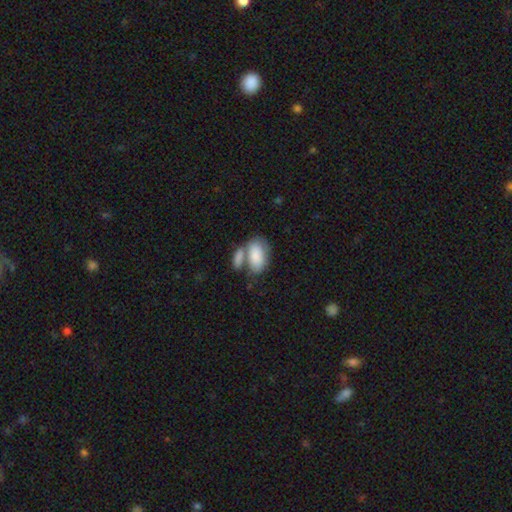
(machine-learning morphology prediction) Q: Smooth or featured?
A: smooth (81%); runner-up: featured or disk (13%)
Q: How rounded?
A: in between (93%); runner-up: round (5%)
Q: Merging?
A: merger (49%); runner-up: none (31%)